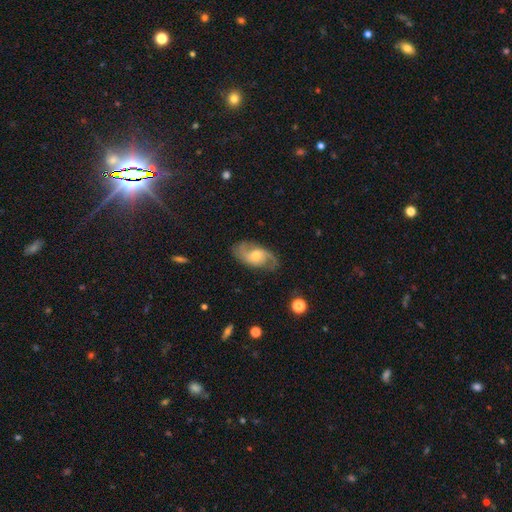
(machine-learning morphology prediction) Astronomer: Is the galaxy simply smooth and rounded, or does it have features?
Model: featured or disk — 80%.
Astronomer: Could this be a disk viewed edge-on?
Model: no — 95%.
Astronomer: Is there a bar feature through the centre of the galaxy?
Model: no — 63%.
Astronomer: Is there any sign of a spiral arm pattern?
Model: yes — 95%.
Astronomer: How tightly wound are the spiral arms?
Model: medium — 49% (runner-up: loose, 33%).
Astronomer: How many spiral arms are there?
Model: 2 — 87%.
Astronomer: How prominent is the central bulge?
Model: moderate — 55% (runner-up: small, 36%).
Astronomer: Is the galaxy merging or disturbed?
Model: none — 77%.